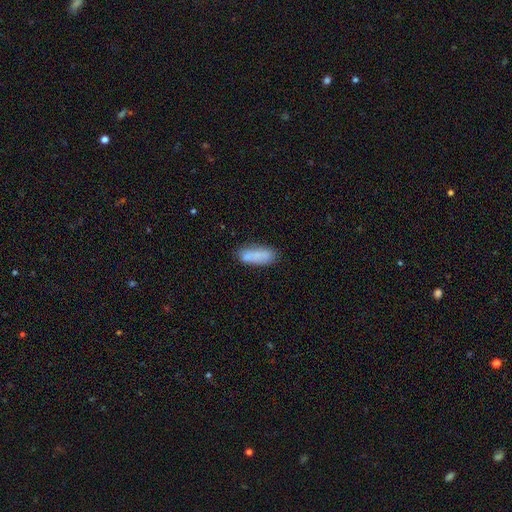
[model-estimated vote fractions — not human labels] smooth 80%, featured or disk 13%, star or artifact 8%. Down the decision tree: how rounded — in between (67%); merging — none (70%).